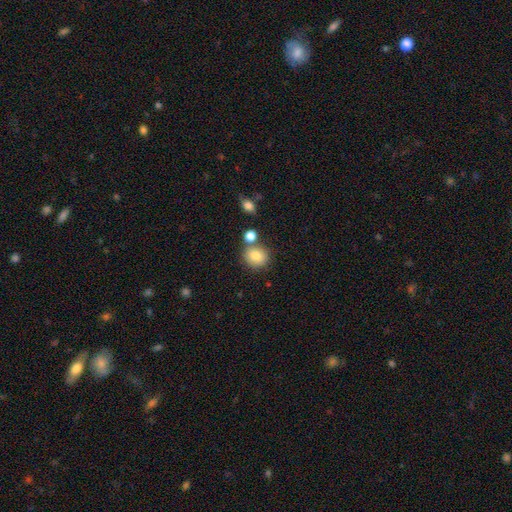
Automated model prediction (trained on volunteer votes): Q: Smooth or featured?
A: smooth (82%); runner-up: star or artifact (10%)
Q: How rounded?
A: round (80%); runner-up: in between (19%)
Q: Merging?
A: none (70%); runner-up: merger (16%)